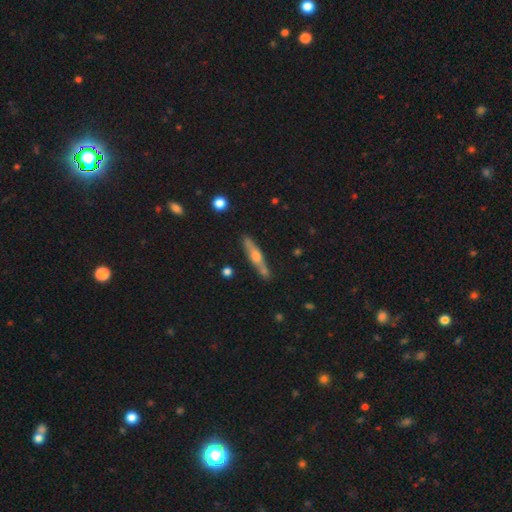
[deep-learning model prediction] Morphology: type=featured or disk (58%); edge-on=yes (92%); edge-on bulge=rounded (86%); merging=none (80%).